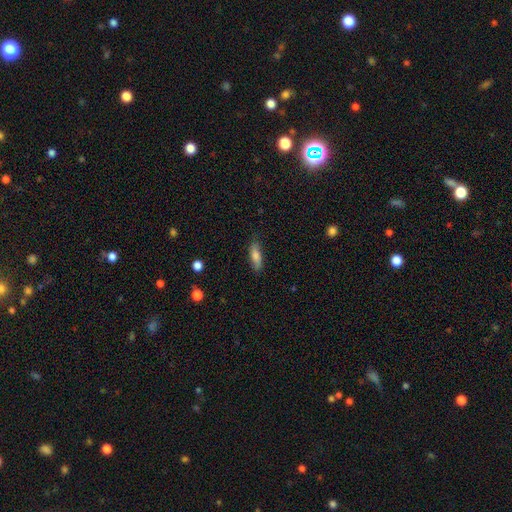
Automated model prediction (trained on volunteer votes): Smooth or featured: smooth — 75% (featured or disk — 18%)
How rounded: in between — 51% (cigar-shaped — 46%)
Merging: none — 79% (minor disturbance — 17%)